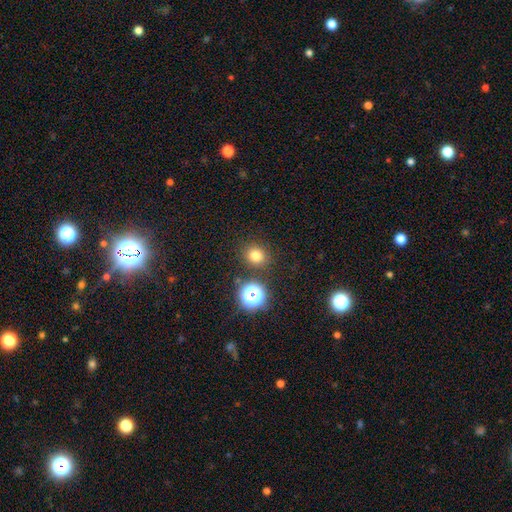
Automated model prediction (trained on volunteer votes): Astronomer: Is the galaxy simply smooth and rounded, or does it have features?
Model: smooth — 76%.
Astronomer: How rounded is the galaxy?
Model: round — 82%.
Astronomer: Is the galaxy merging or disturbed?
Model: none — 85%.